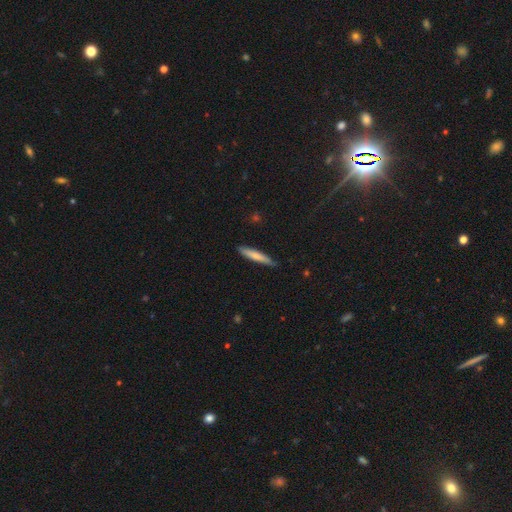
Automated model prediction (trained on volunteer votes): Smooth or featured? Predicted: smooth (p=0.73). How rounded? Predicted: cigar-shaped (p=0.91). Merging? Predicted: none (p=0.81).